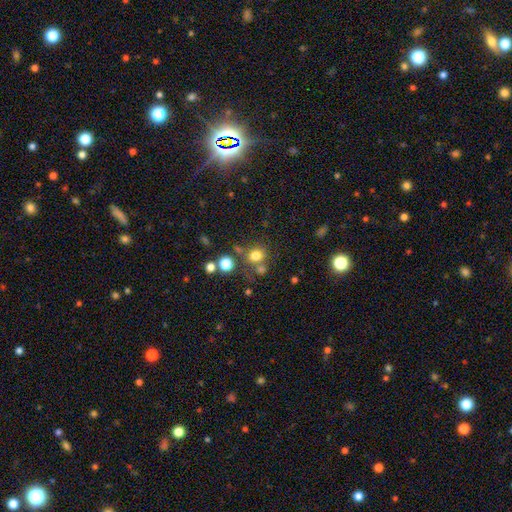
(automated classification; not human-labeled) A smooth galaxy with no disk features (75%) that is round (76%).

Vote fractions:
- Smooth or featured? smooth: 75% / star or artifact: 17% / featured or disk: 8%
- How rounded? round: 76% / in between: 23% / cigar-shaped: 1%
- Merging? none: 64% / merger: 19% / minor disturbance: 11% / major disturbance: 6%